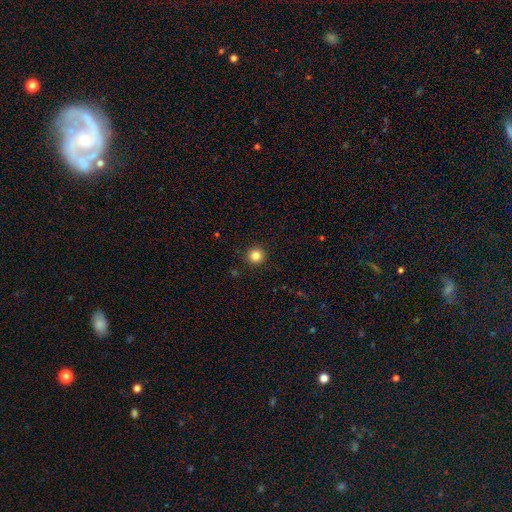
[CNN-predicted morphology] smooth 84%, star or artifact 12%, featured or disk 4%. Down the decision tree: how rounded — round (95%); merging — none (92%).